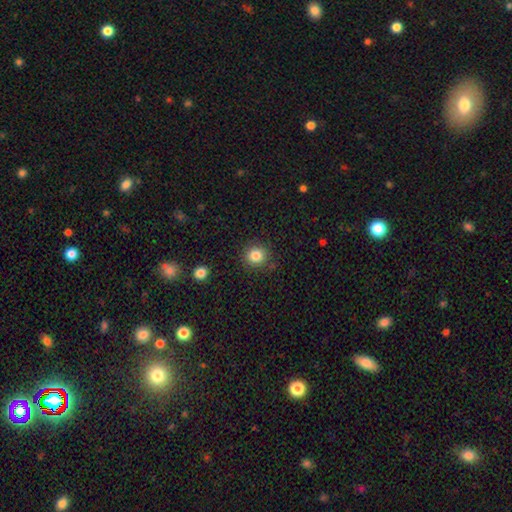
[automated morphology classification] A smooth galaxy with no disk features (84%) that is round (89%).

Vote fractions:
- Smooth or featured? smooth: 84% / star or artifact: 11% / featured or disk: 5%
- How rounded? round: 89% / in between: 10% / cigar-shaped: 1%
- Merging? none: 88% / minor disturbance: 8% / major disturbance: 3% / merger: 2%